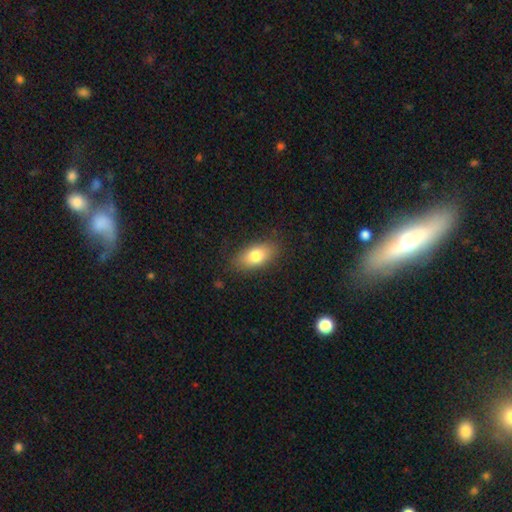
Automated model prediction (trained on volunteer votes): Q: Smooth or featured?
A: smooth (78%); runner-up: featured or disk (14%)
Q: How rounded?
A: in between (88%); runner-up: cigar-shaped (6%)
Q: Merging?
A: none (84%); runner-up: minor disturbance (12%)